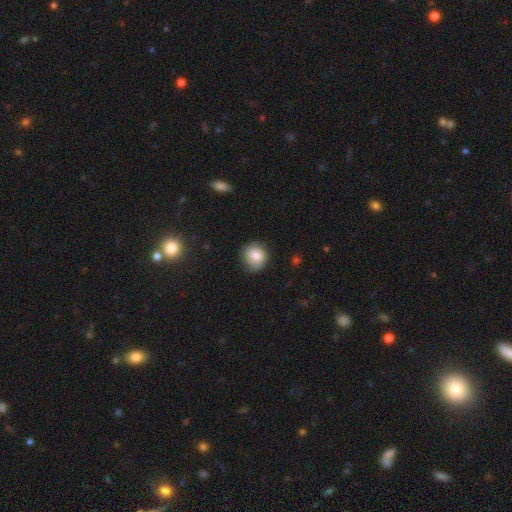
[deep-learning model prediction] Overall: smooth (75%). How rounded: round (82%). Merging: none (71%).